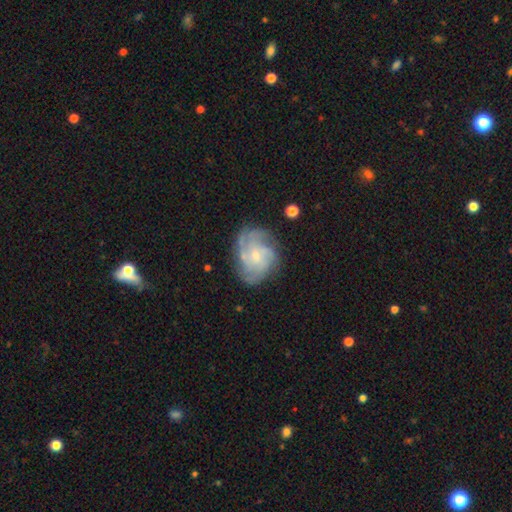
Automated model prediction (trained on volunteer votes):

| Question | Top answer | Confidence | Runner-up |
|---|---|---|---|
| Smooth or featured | featured or disk | 77% | smooth (15%) |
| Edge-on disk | no | 98% | yes (2%) |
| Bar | no | 66% | weak (31%) |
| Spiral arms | yes | 92% | no (8%) |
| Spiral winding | tight | 42% | medium (41%) |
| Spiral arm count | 4 | 31% | can't tell (27%) |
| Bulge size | small | 62% | moderate (28%) |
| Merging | none | 68% | minor disturbance (20%) |